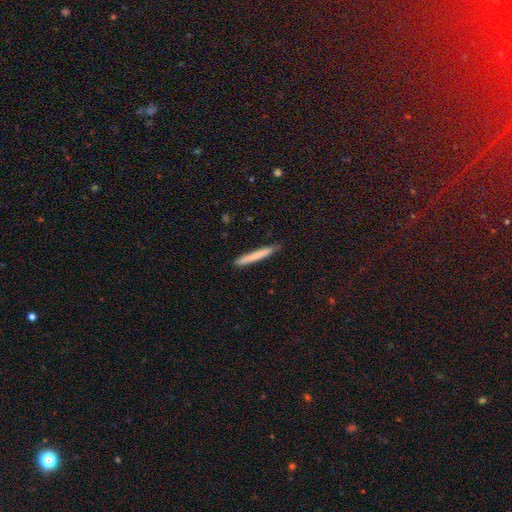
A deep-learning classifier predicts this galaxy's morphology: A smooth galaxy with no disk features (73%) that is cigar-shaped (97%). Merging: none (87%).